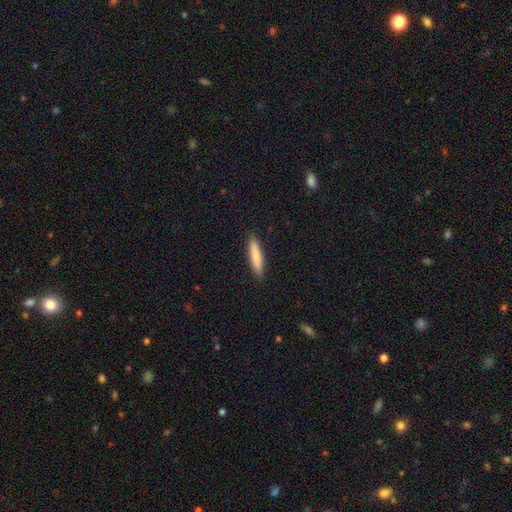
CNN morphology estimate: A smooth galaxy with no disk features (80%) that is cigar-shaped (88%). Merging: none (90%).